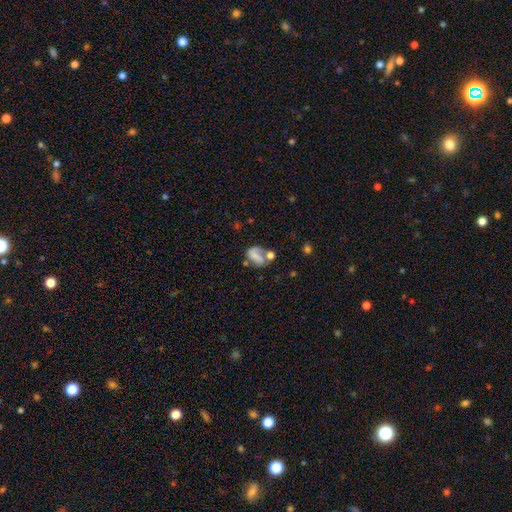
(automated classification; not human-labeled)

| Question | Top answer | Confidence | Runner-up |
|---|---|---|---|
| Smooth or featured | smooth | 47% | featured or disk (41%) |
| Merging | none | 33% | merger (28%) |